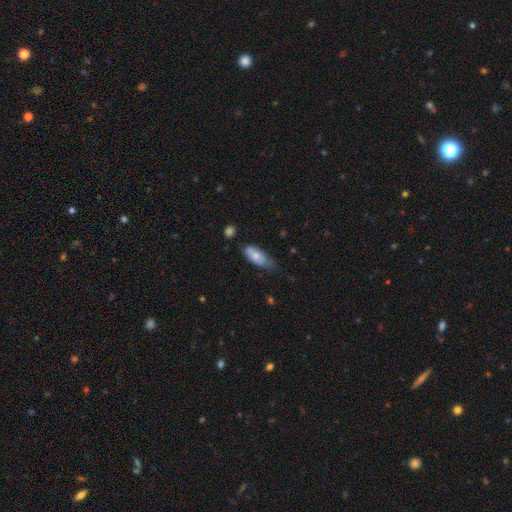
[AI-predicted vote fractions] smooth_or_featured: smooth (p=0.68) [alt: featured or disk p=0.25]
how_rounded: in between (p=0.80) [alt: cigar-shaped p=0.18]
merging: none (p=0.51) [alt: minor disturbance p=0.36]